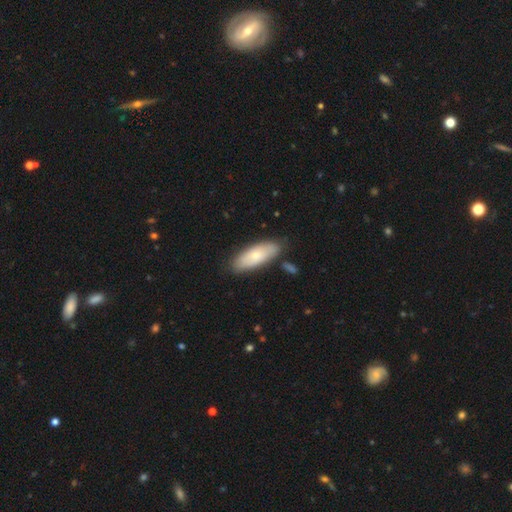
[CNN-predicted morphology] smooth 70%, featured or disk 24%, star or artifact 5%. Down the decision tree: how rounded — in between (75%); merging — none (79%).